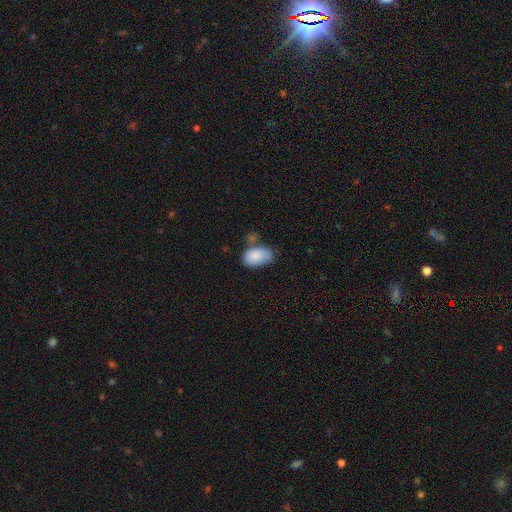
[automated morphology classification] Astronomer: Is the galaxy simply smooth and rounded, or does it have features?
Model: smooth — 84%.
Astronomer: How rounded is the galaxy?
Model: in between — 91%.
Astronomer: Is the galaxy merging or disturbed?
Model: none — 43% (runner-up: minor disturbance, 33%).